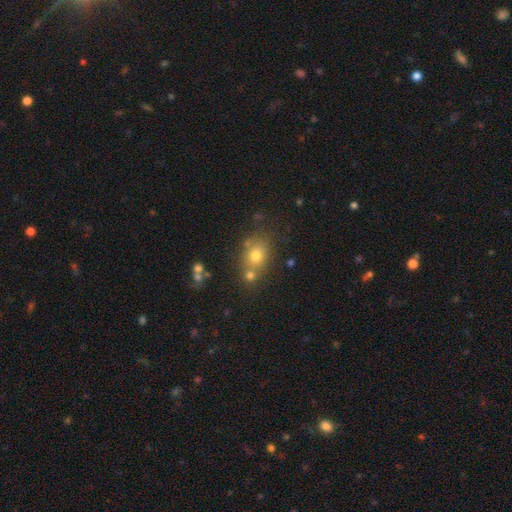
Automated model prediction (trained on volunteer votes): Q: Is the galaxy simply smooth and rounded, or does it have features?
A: smooth — 71%.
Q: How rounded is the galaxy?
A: round — 51%.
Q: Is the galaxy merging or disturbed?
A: none — 56%.